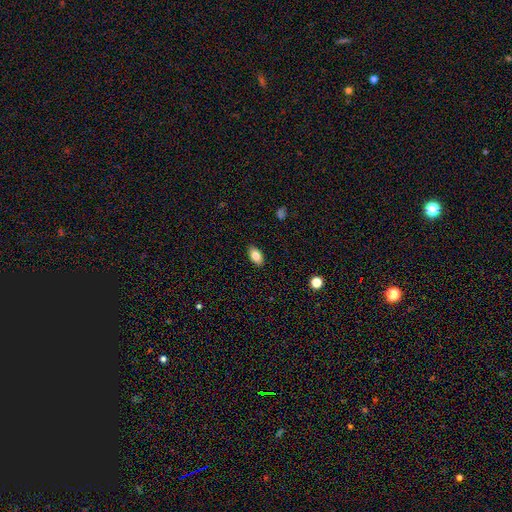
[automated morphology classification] Smooth or featured? smooth (82%)
How rounded? in between (92%)
Merging? none (89%)